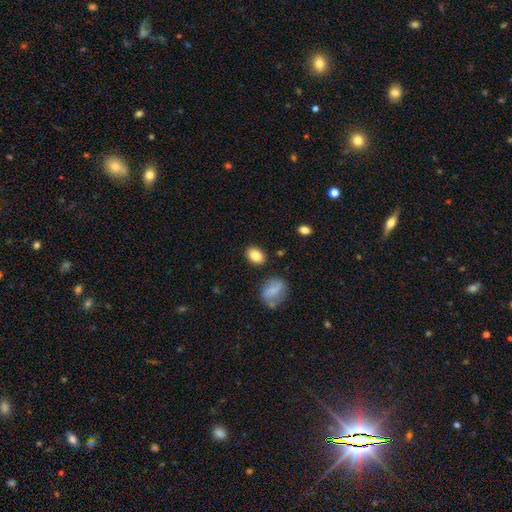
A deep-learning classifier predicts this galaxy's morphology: Smooth or featured?
  - smooth: 84% *
  - star or artifact: 8%
  - featured or disk: 8%
How rounded?
  - in between: 79% *
  - round: 20%
  - cigar-shaped: 1%
Merging?
  - none: 84% *
  - minor disturbance: 10%
  - merger: 3%
  - major disturbance: 3%